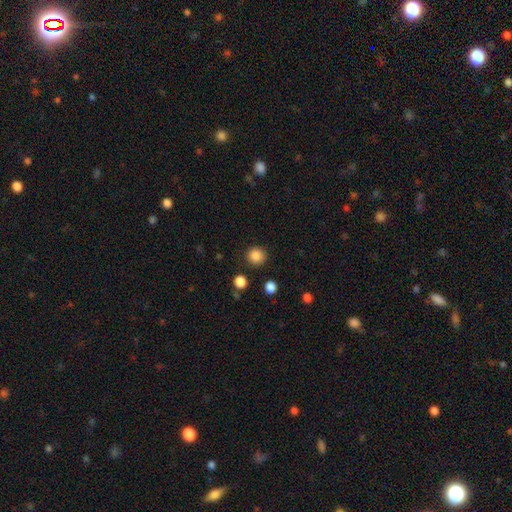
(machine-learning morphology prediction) A smooth galaxy with no disk features (86%) that is round (93%). Merging: none (90%).